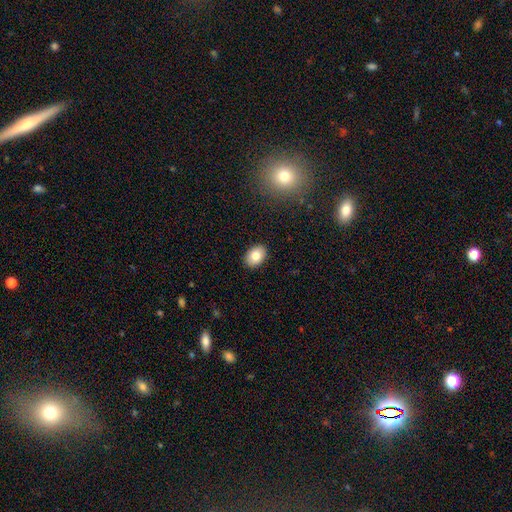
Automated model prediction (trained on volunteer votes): smooth_or_featured: smooth (p=0.82) [alt: featured or disk p=0.09]
how_rounded: in between (p=0.80) [alt: round p=0.19]
merging: none (p=0.89) [alt: minor disturbance p=0.08]